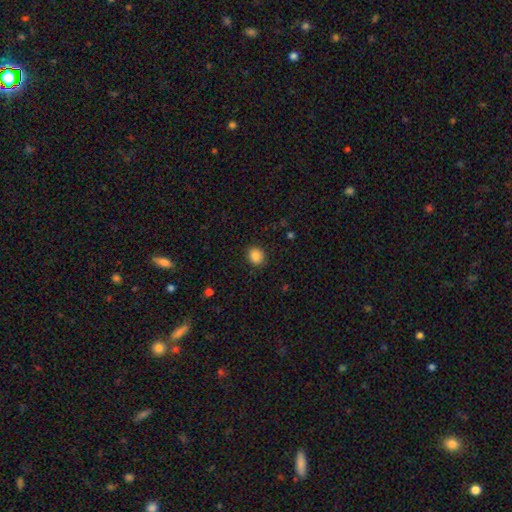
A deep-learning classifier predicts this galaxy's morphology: Overall: smooth (86%). How rounded: round (76%). Merging: none (90%).